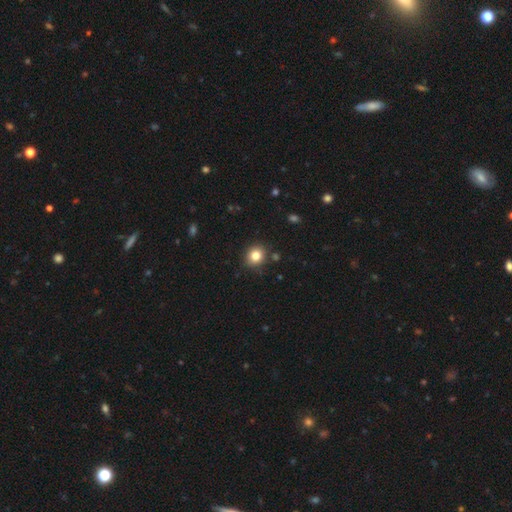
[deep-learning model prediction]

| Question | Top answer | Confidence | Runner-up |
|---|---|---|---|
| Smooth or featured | smooth | 82% | star or artifact (11%) |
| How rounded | round | 79% | in between (20%) |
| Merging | none | 86% | minor disturbance (9%) |